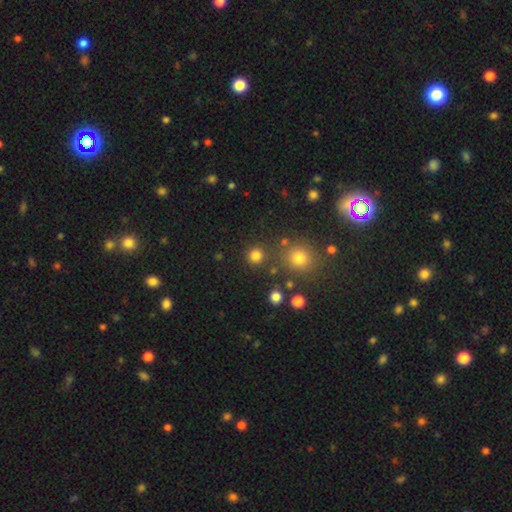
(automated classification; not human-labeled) smooth-or-featured: smooth: 79% | star or artifact: 16% | featured or disk: 4%
  how-rounded: round: 94% | in between: 6% | cigar-shaped: 1%
  merging: none: 85% | minor disturbance: 6% | merger: 6% | major disturbance: 3%